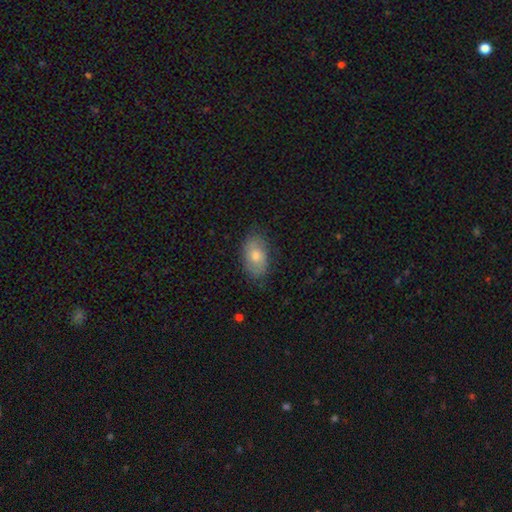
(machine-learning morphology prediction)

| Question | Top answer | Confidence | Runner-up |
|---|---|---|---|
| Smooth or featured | smooth | 65% | featured or disk (27%) |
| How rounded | in between | 90% | round (8%) |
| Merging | none | 79% | minor disturbance (17%) |